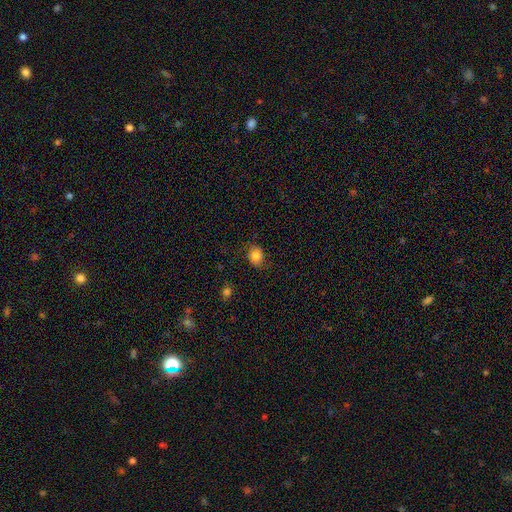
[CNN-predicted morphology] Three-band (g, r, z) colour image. It shows a smooth galaxy with no disk features (79%) that is round (54%). Merging: none (73%).